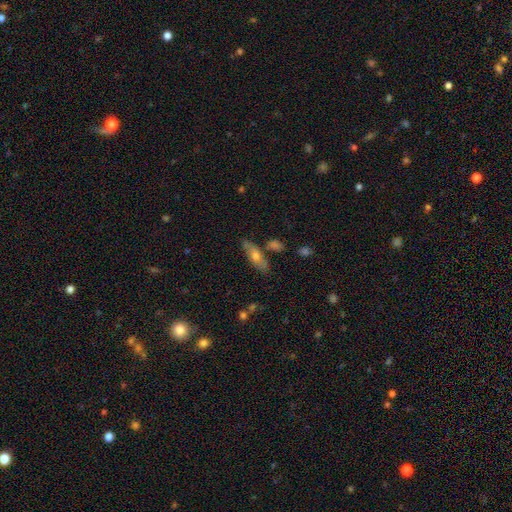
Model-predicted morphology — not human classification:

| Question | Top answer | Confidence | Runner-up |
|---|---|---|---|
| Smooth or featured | smooth | 53% | featured or disk (39%) |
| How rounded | in between | 59% | cigar-shaped (37%) |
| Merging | none | 73% | minor disturbance (16%) |